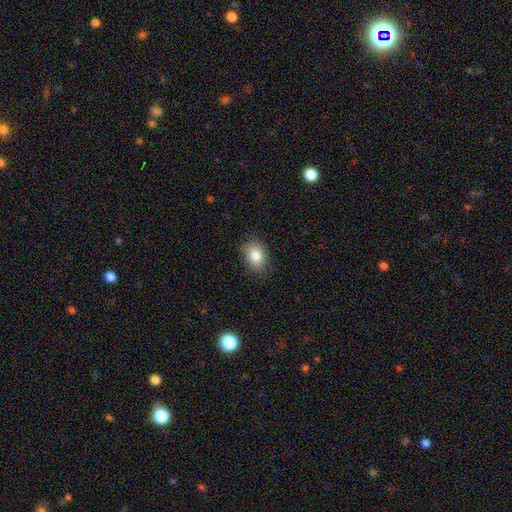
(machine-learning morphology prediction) A smooth galaxy with no disk features (82%) that is in between round and cigar-shaped (69%). Merging: none (83%).